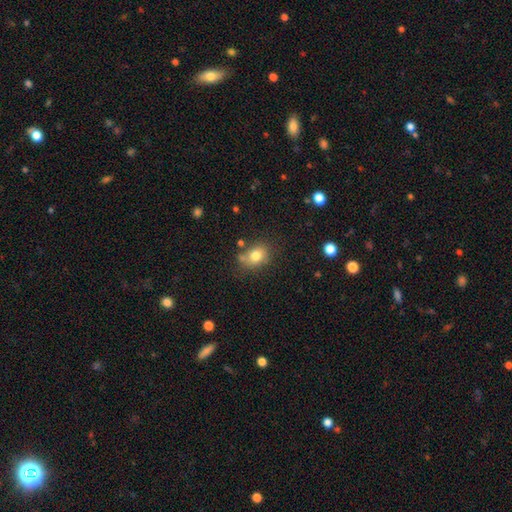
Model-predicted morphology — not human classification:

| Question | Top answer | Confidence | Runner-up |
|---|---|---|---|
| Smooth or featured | smooth | 78% | featured or disk (11%) |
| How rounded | in between | 54% | round (45%) |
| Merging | none | 65% | minor disturbance (19%) |